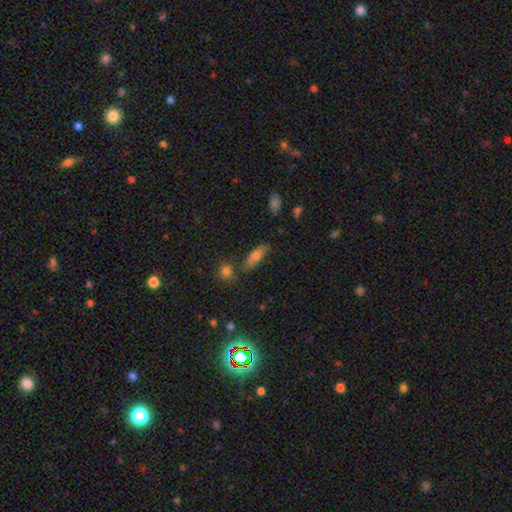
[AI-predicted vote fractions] Smooth or featured? smooth (71%)
How rounded? in between (59%)
Merging? none (70%)